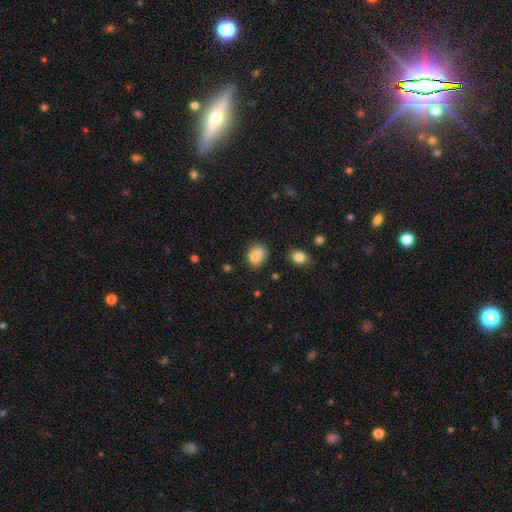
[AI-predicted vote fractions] A smooth galaxy with no disk features (80%) that is in between round and cigar-shaped (57%). Merging: none (57%).